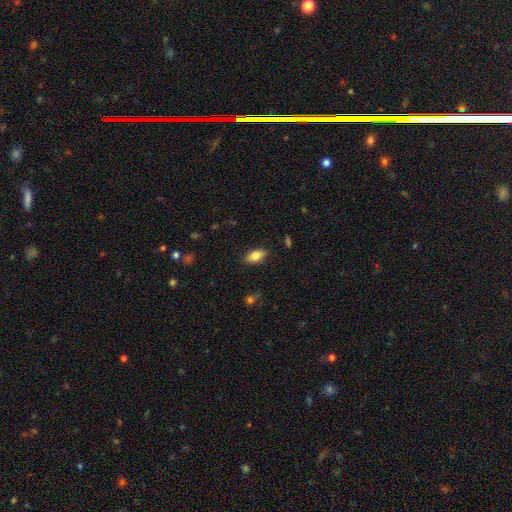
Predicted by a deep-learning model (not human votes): smooth-or-featured: smooth: 80% | featured or disk: 12% | star or artifact: 8%
  how-rounded: in between: 89% | cigar-shaped: 6% | round: 5%
  merging: none: 86% | minor disturbance: 10% | major disturbance: 2% | merger: 1%